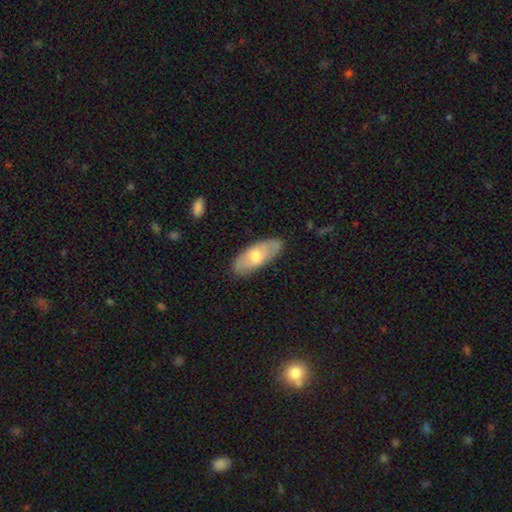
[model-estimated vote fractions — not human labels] Smooth or featured: smooth — 61% (featured or disk — 33%)
How rounded: in between — 81% (cigar-shaped — 17%)
Merging: none — 85% (minor disturbance — 12%)